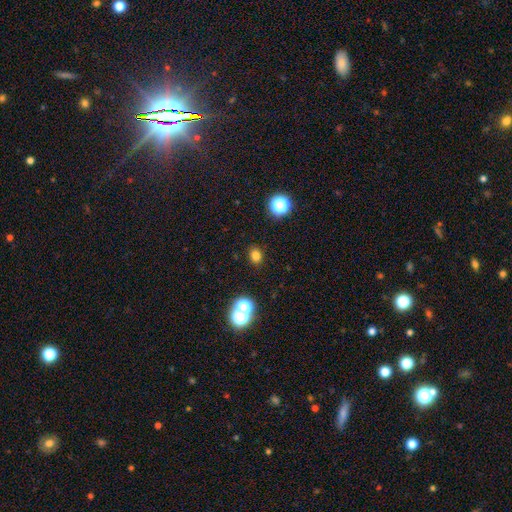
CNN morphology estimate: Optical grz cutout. It shows a smooth galaxy with no disk features (77%) that is round (55%). Merging: none (87%).